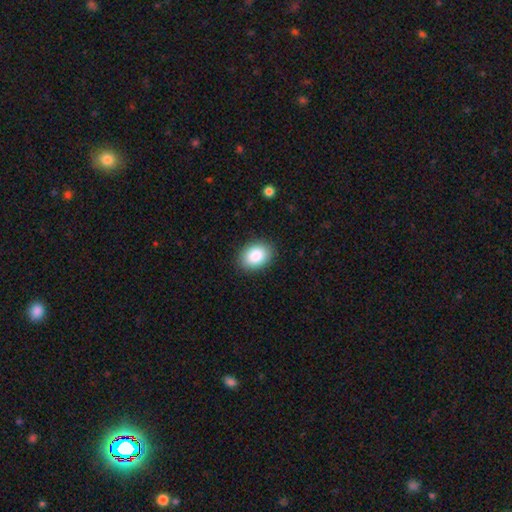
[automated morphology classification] This is clearly a smooth galaxy (87%). How rounded: likely in between (74%). Merging: clearly none (88%).